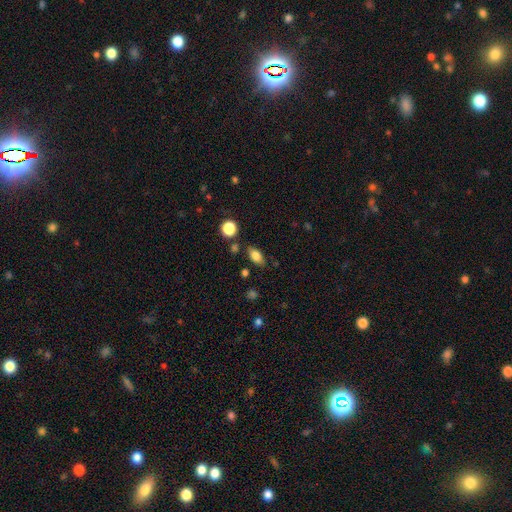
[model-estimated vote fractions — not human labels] smooth_or_featured: smooth (p=0.81) [alt: star or artifact p=0.10]
how_rounded: in between (p=0.86) [alt: round p=0.09]
merging: none (p=0.80) [alt: minor disturbance p=0.12]